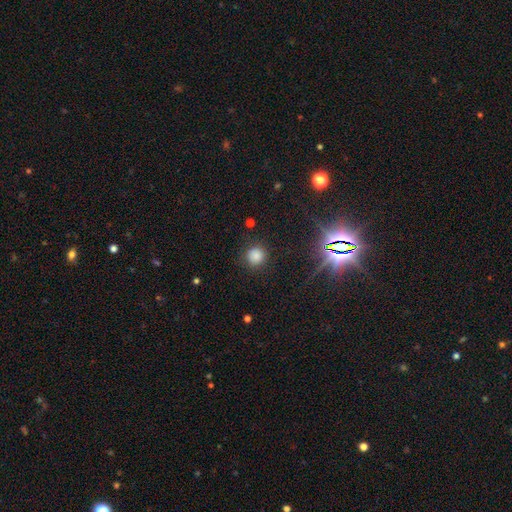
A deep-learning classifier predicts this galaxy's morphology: smooth_or_featured: smooth (p=0.79) [alt: star or artifact p=0.16]
how_rounded: round (p=0.92) [alt: in between p=0.07]
merging: none (p=0.86) [alt: minor disturbance p=0.09]